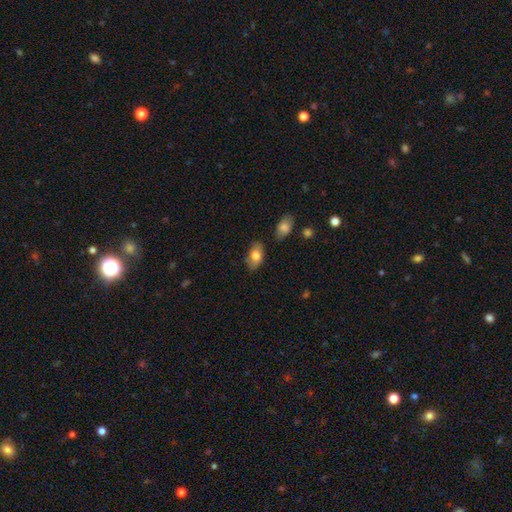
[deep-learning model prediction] This is likely a smooth galaxy (75%). How rounded: clearly in between (91%). Merging: likely none (73%).